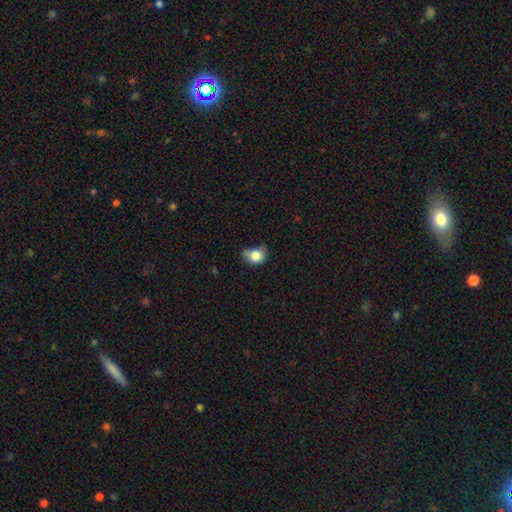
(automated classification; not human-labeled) smooth 81%, star or artifact 10%, featured or disk 9%. Down the decision tree: how rounded — round (53%); merging — minor disturbance (43%).